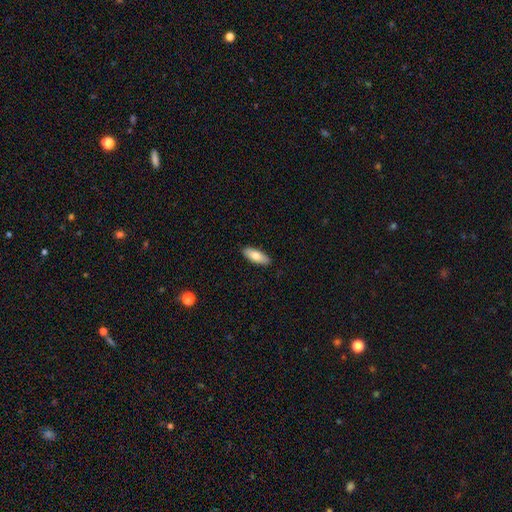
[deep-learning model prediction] A smooth galaxy with no disk features (75%) that is in between round and cigar-shaped (75%). Merging: none (90%).